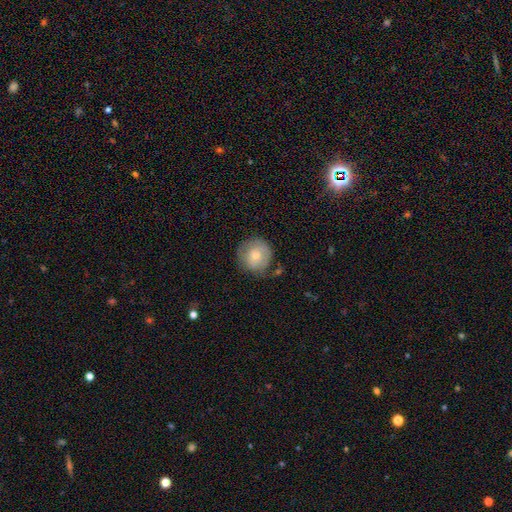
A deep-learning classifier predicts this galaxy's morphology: smooth-or-featured: smooth: 64% | featured or disk: 30% | star or artifact: 7%
  how-rounded: round: 90% | in between: 9% | cigar-shaped: 1%
  merging: none: 66% | minor disturbance: 23% | major disturbance: 8% | merger: 3%